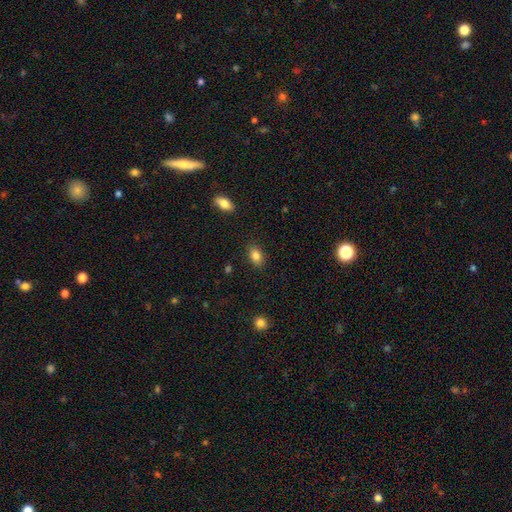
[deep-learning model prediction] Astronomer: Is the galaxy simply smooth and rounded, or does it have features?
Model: smooth — 84%.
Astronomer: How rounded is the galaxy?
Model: in between — 82%.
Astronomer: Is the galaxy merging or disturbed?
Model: none — 87%.